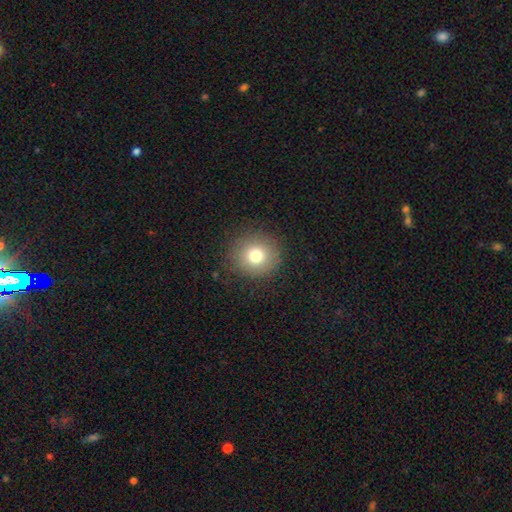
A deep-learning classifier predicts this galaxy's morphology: This is likely a smooth galaxy (76%). How rounded: clearly round (92%). Merging: clearly none (89%).